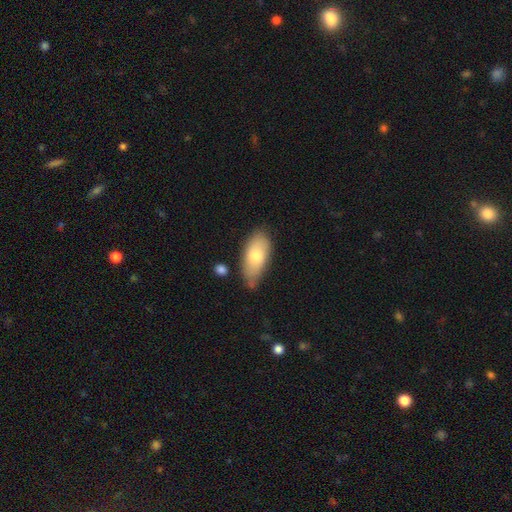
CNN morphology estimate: Smooth or featured?
  - smooth: 75% *
  - featured or disk: 19%
  - star or artifact: 6%
How rounded?
  - in between: 90% *
  - cigar-shaped: 7%
  - round: 3%
Merging?
  - none: 67% *
  - minor disturbance: 24%
  - merger: 5%
  - major disturbance: 5%